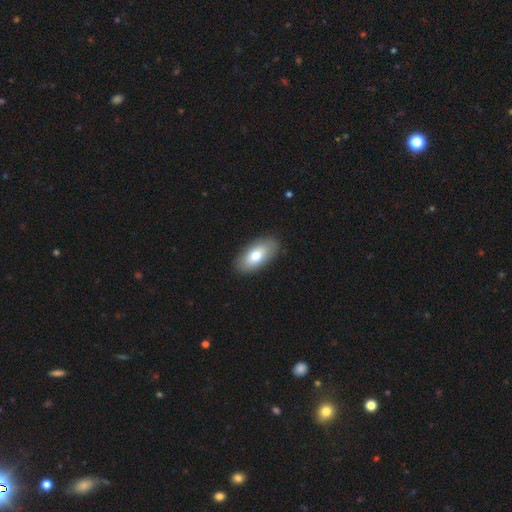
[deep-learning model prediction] A smooth galaxy with no disk features (78%) that is in between round and cigar-shaped (91%).

Vote fractions:
- Smooth or featured? smooth: 78% / featured or disk: 17% / star or artifact: 6%
- How rounded? in between: 91% / cigar-shaped: 6% / round: 3%
- Merging? none: 88% / minor disturbance: 9% / major disturbance: 2% / merger: 1%